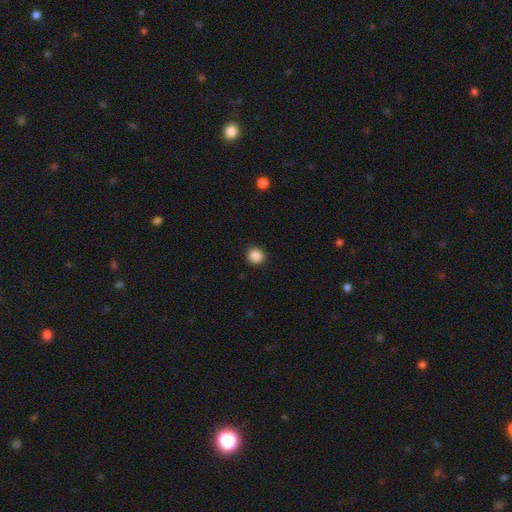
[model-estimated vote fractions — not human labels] Smooth or featured: smooth — 88% (star or artifact — 10%)
How rounded: round — 92% (in between — 7%)
Merging: none — 92% (minor disturbance — 5%)